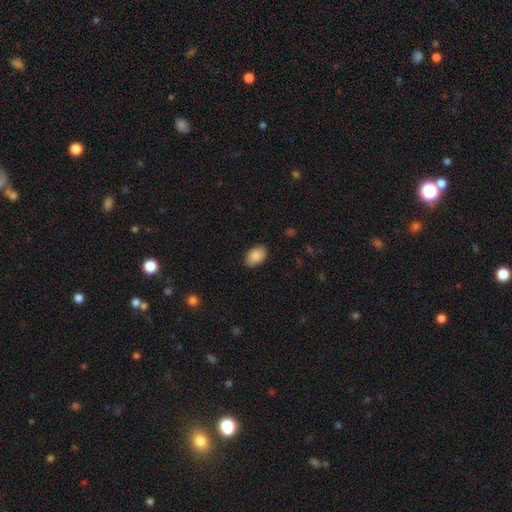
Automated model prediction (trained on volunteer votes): Morphology: type=smooth (89%); roundness=in between (90%); merging=none (86%).